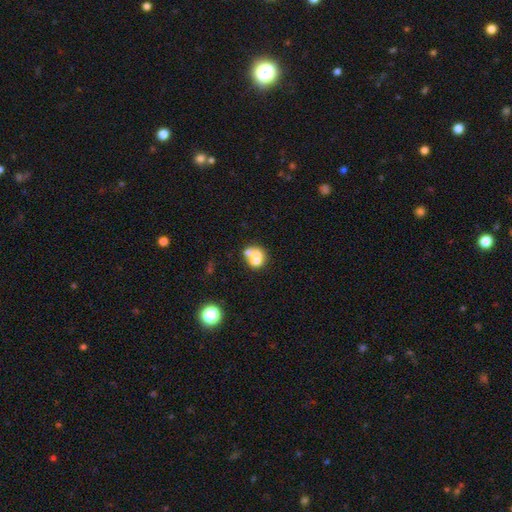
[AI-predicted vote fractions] A smooth galaxy with no disk features (59%) that is round (70%).

Vote fractions:
- Smooth or featured? smooth: 59% / featured or disk: 30% / star or artifact: 12%
- How rounded? round: 70% / in between: 29% / cigar-shaped: 1%
- Merging? merger: 54% / none: 32% / minor disturbance: 8% / major disturbance: 5%